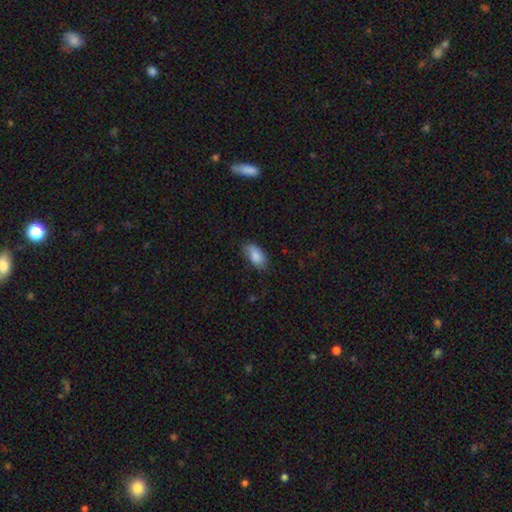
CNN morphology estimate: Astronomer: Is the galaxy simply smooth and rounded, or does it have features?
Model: smooth — 85%.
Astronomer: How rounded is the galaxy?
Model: in between — 93%.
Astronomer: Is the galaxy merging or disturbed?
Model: none — 74%.